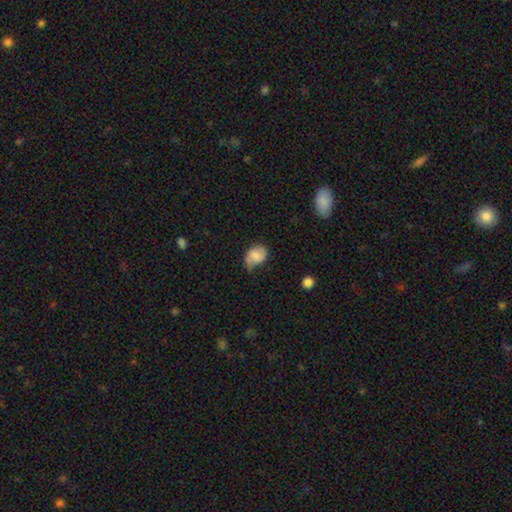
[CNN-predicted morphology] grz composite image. It shows a smooth galaxy with no disk features (57%) that is in between round and cigar-shaped (62%). Merging: none (43%).